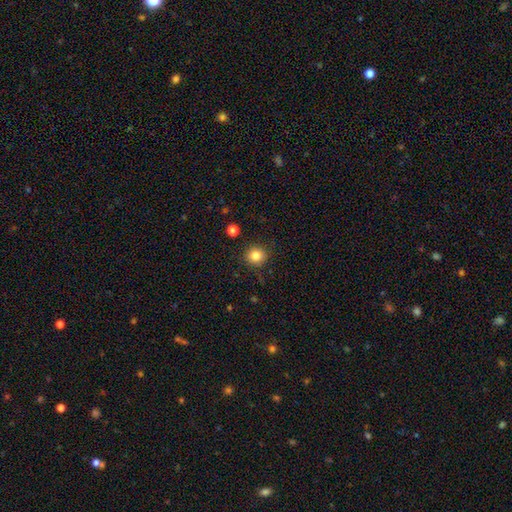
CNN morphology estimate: The model was most divided on "smooth or featured": smooth: 84%, star or artifact: 11%, featured or disk: 5%. More confident: how rounded — round (92%); merging — none (90%).